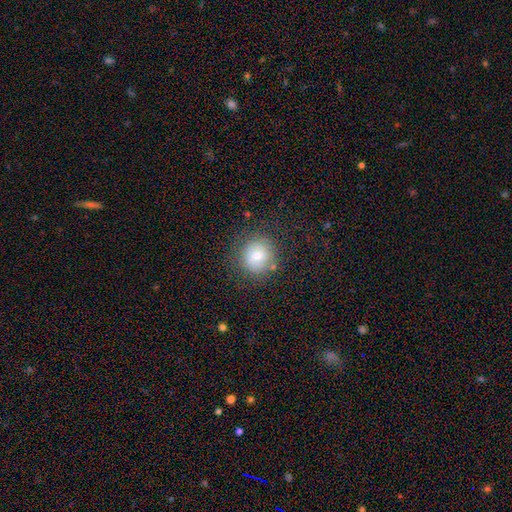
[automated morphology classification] Smooth or featured: smooth — 68% (featured or disk — 21%)
How rounded: round — 90% (in between — 9%)
Merging: none — 80% (minor disturbance — 12%)